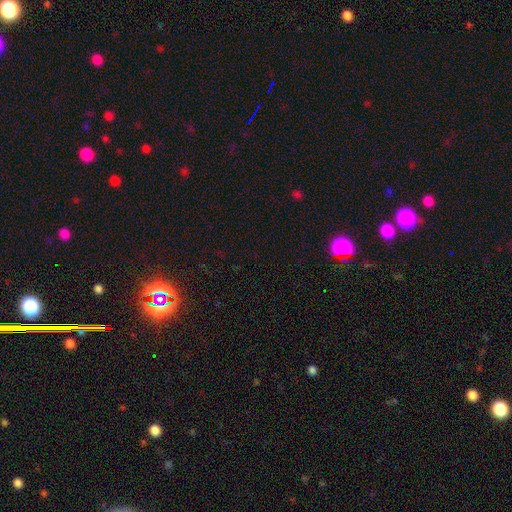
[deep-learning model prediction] This is likely a star or artifact rather than a galaxy (72%).